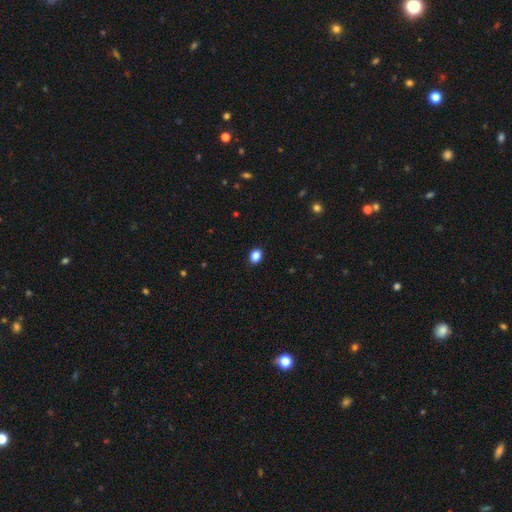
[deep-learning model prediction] Smooth or featured? Predicted: smooth (p=0.87). How rounded? Predicted: in between (p=0.55). Merging? Predicted: none (p=0.90).